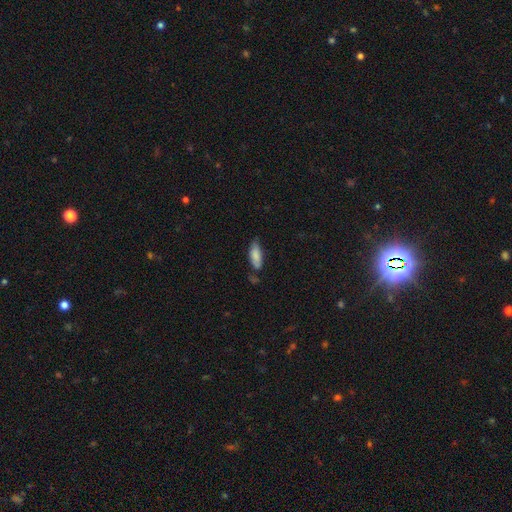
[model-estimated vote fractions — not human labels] A smooth galaxy with no disk features (81%) that is in between round and cigar-shaped (72%). Merging: none (58%).